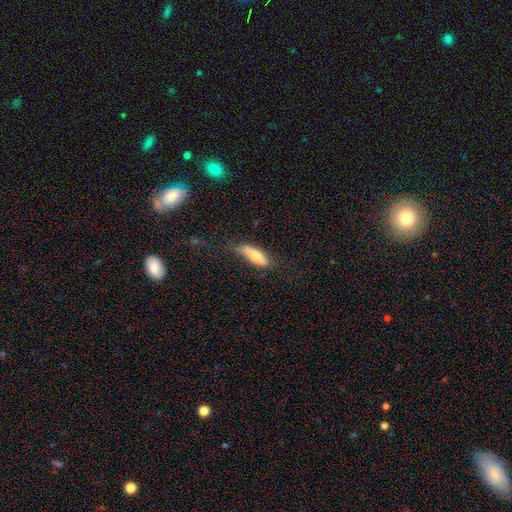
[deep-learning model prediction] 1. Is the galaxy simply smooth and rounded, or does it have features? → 72% smooth, 22% featured or disk, 6% star or artifact.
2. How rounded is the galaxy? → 52% in between, 46% cigar-shaped, 2% round.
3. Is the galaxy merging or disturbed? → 50% none, 33% minor disturbance, 14% major disturbance, 3% merger.